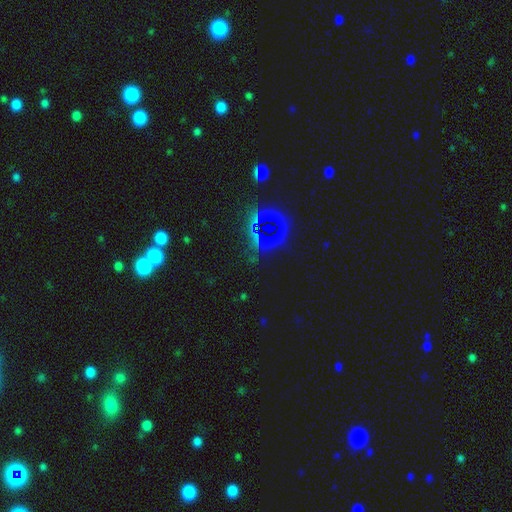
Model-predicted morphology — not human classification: Smooth or featured? star or artifact (68%)